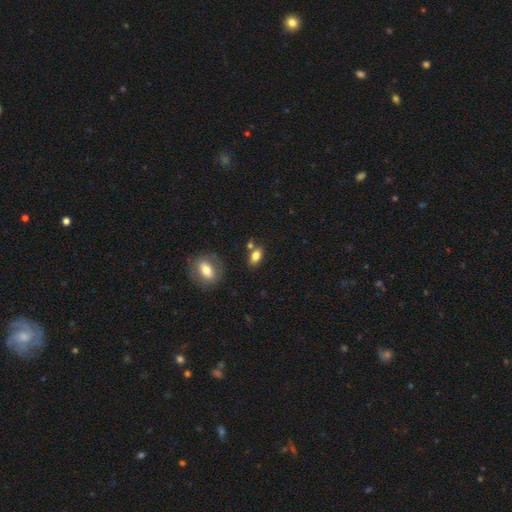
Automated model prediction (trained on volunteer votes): Smooth or featured?
  - smooth: 78% *
  - featured or disk: 13%
  - star or artifact: 9%
How rounded?
  - in between: 85% *
  - round: 9%
  - cigar-shaped: 6%
Merging?
  - none: 68% *
  - merger: 15%
  - minor disturbance: 14%
  - major disturbance: 4%